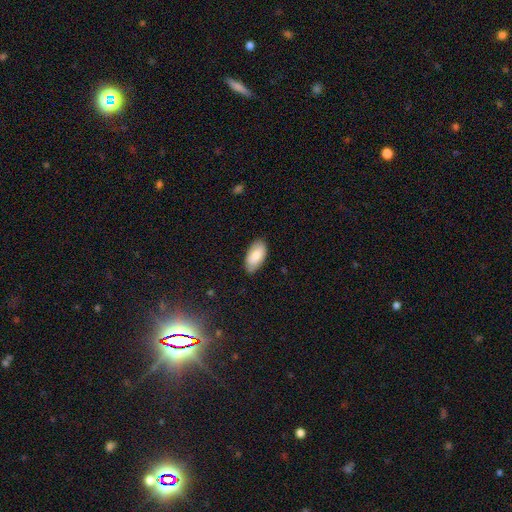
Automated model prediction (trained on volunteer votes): A smooth galaxy with no disk features (82%) that is in between round and cigar-shaped (94%). Merging: none (83%).